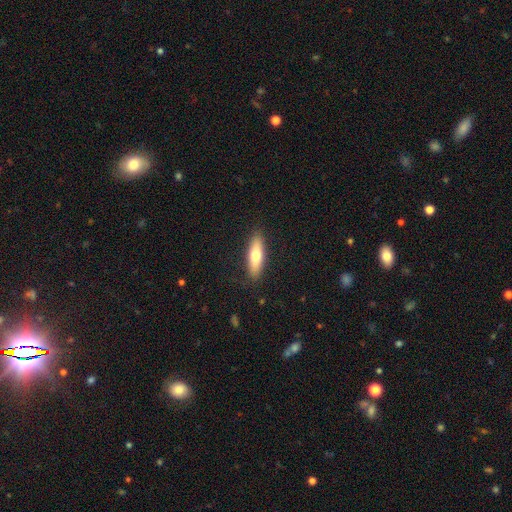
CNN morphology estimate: This is likely a smooth galaxy (67%). How rounded: possibly cigar-shaped (56%). Merging: clearly none (88%).